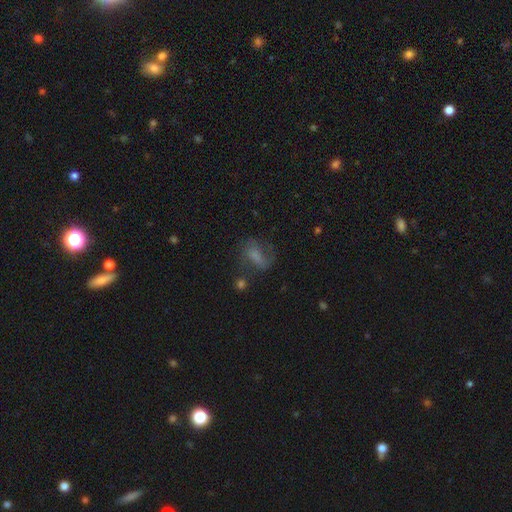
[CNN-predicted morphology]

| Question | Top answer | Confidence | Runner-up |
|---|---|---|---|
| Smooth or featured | smooth | 46% | featured or disk (39%) |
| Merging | none | 48% | major disturbance (24%) |